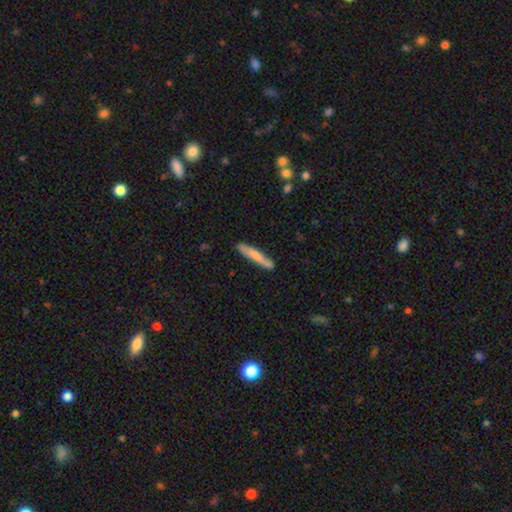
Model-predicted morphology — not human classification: Smooth or featured?
  - smooth: 70% *
  - featured or disk: 25%
  - star or artifact: 5%
How rounded?
  - cigar-shaped: 92% *
  - in between: 7%
  - round: 1%
Merging?
  - none: 79% *
  - minor disturbance: 15%
  - merger: 3%
  - major disturbance: 3%